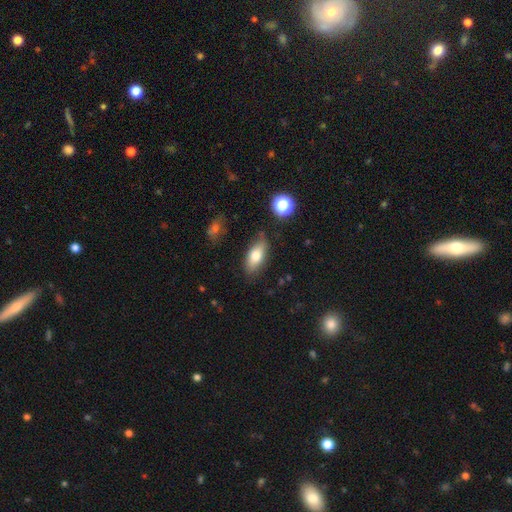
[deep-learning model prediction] Smooth or featured: smooth — 74% (featured or disk — 18%)
How rounded: in between — 82% (cigar-shaped — 14%)
Merging: none — 78% (minor disturbance — 16%)